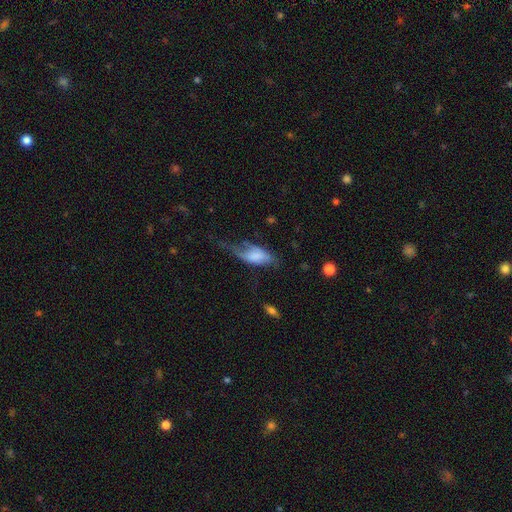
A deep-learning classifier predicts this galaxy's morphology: Smooth or featured? smooth (60%)
How rounded? in between (85%)
Merging? major disturbance (47%)